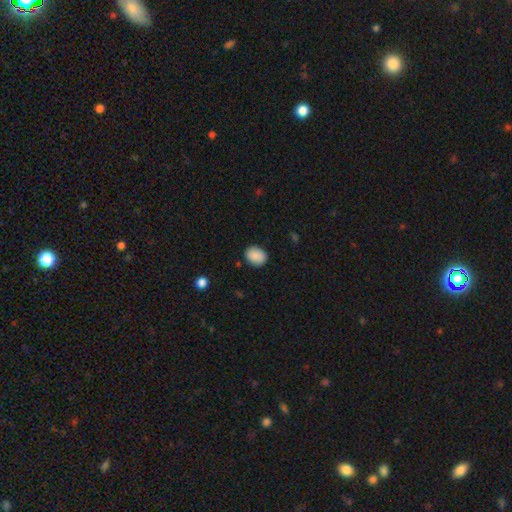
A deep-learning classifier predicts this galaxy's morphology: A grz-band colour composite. It shows a smooth galaxy with no disk features (88%) that is in between round and cigar-shaped (54%). Merging: none (85%).